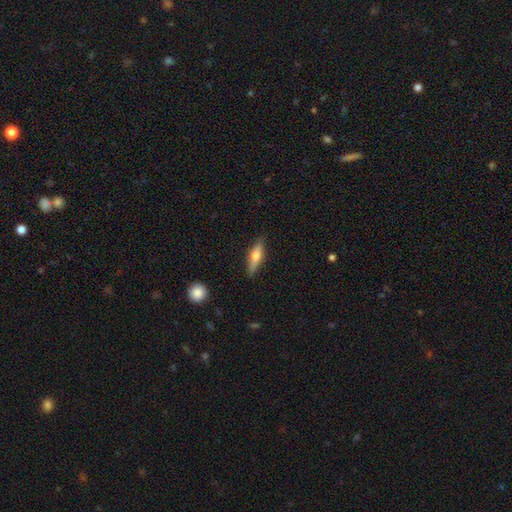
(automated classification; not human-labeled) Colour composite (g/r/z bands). It shows a smooth galaxy with no disk features (53%) that is cigar-shaped (64%). Merging: none (85%).